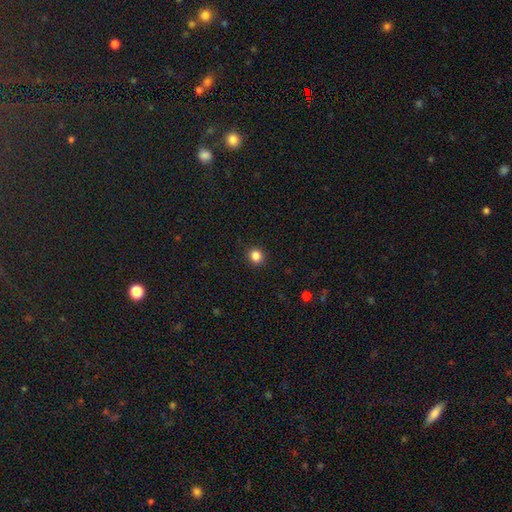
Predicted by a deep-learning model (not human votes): This appears to be a smooth galaxy with no disk features (85%) that is round (87%). Merging: none (92%).